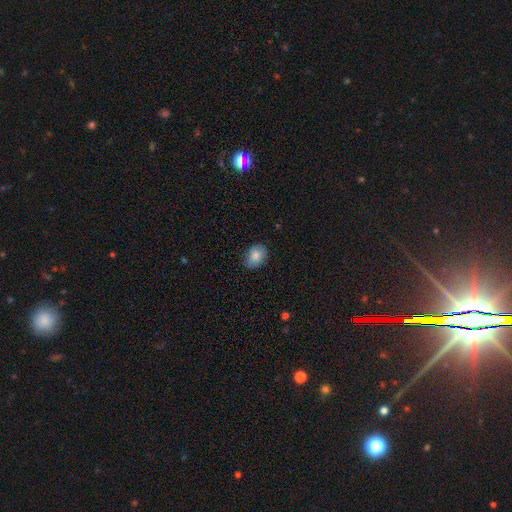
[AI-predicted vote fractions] Smooth or featured: smooth — 85% (featured or disk — 8%)
How rounded: in between — 69% (round — 30%)
Merging: none — 81% (minor disturbance — 15%)